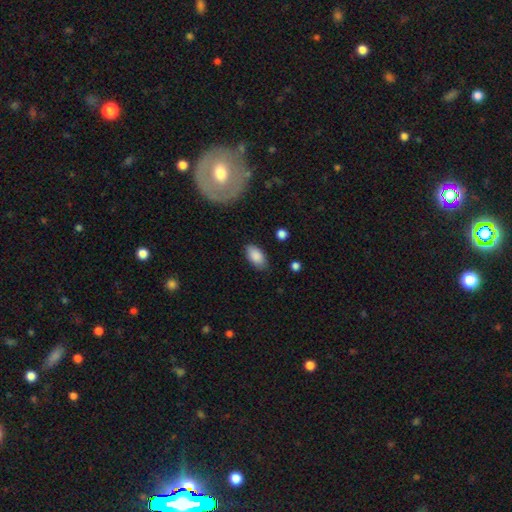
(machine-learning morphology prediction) Smooth or featured?
  - smooth: 87% *
  - star or artifact: 7%
  - featured or disk: 6%
How rounded?
  - in between: 94% *
  - round: 4%
  - cigar-shaped: 3%
Merging?
  - none: 82% *
  - minor disturbance: 13%
  - major disturbance: 3%
  - merger: 1%